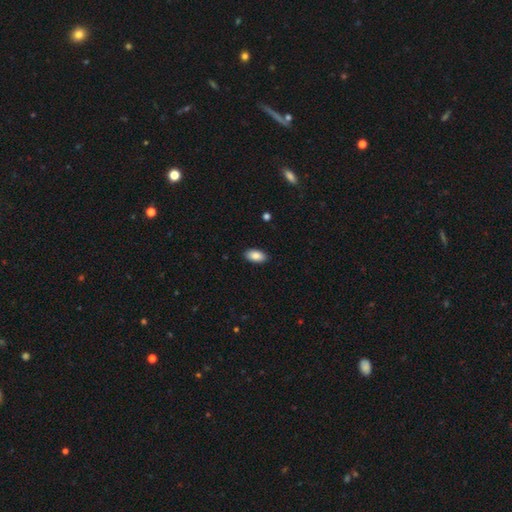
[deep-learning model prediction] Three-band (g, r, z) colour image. It shows a smooth galaxy with no disk features (88%) that is in between round and cigar-shaped (95%). Merging: none (89%).